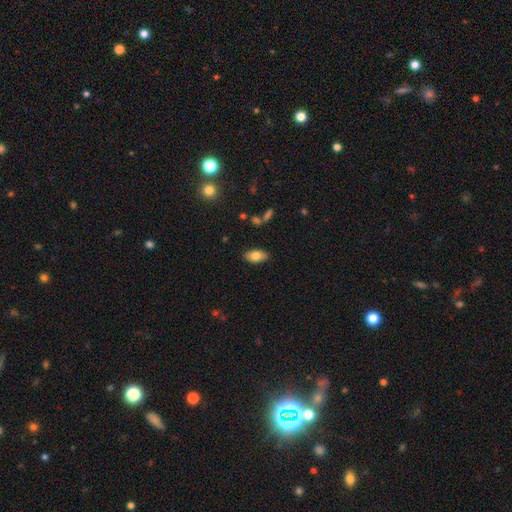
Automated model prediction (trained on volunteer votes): The model was most divided on "smooth or featured": smooth: 80%, featured or disk: 13%, star or artifact: 7%. More confident: how rounded — in between (92%); merging — none (86%).